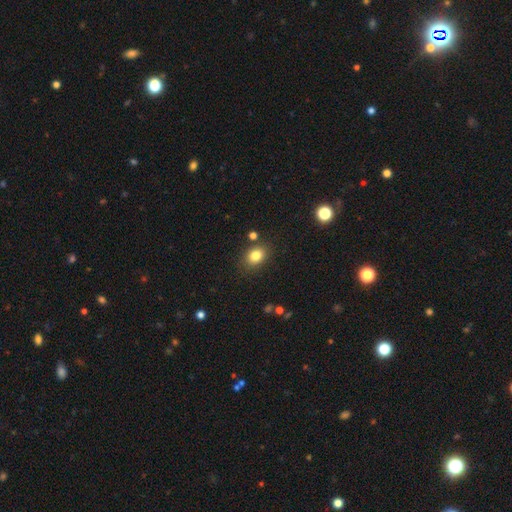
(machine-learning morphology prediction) This appears to be a smooth galaxy with no disk features (82%) that is in between round and cigar-shaped (60%). Merging: none (81%).